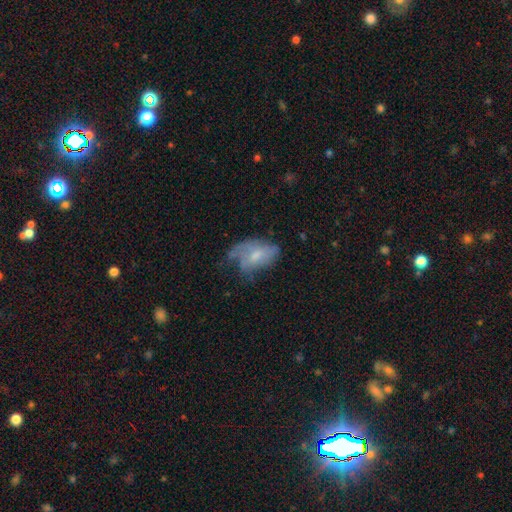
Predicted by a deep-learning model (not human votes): smooth_or_featured: smooth (p=0.48) [alt: featured or disk p=0.43]
merging: major disturbance (p=0.33) [alt: minor disturbance p=0.32]